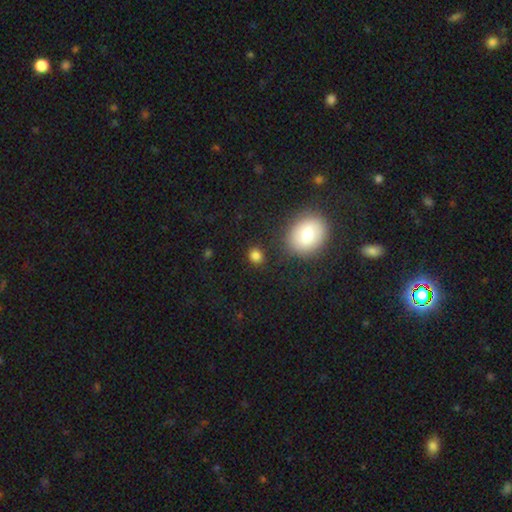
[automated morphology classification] smooth 83%, star or artifact 12%, featured or disk 5%. Down the decision tree: how rounded — round (75%); merging — none (83%).